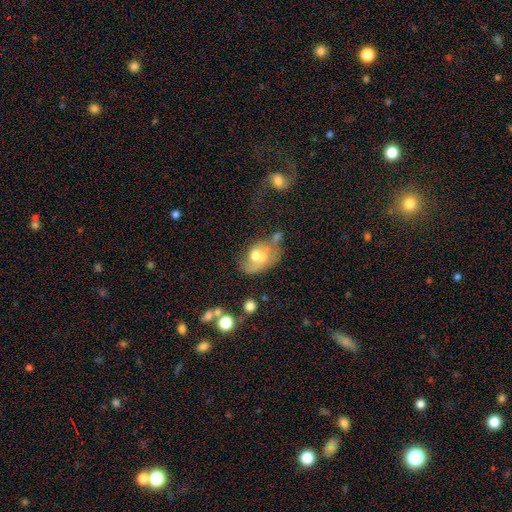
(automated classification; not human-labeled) smooth-or-featured: smooth: 45% (tied) | featured or disk: 45% (tied) | star or artifact: 10%
  merging: merger: 39% | none: 22% | major disturbance: 21% | minor disturbance: 18%